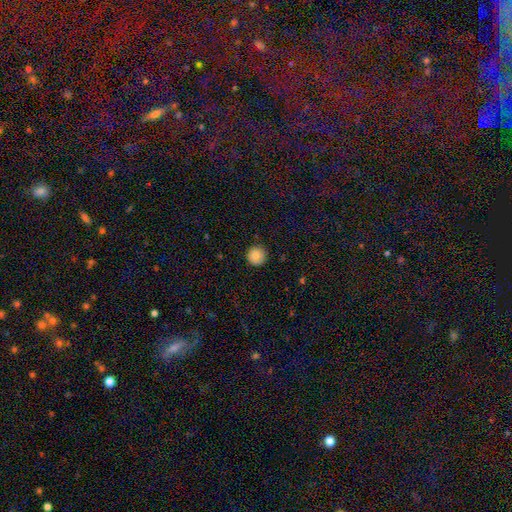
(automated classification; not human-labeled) smooth_or_featured: smooth (p=0.86) [alt: star or artifact p=0.09]
how_rounded: round (p=0.96) [alt: in between p=0.03]
merging: none (p=0.90) [alt: minor disturbance p=0.07]